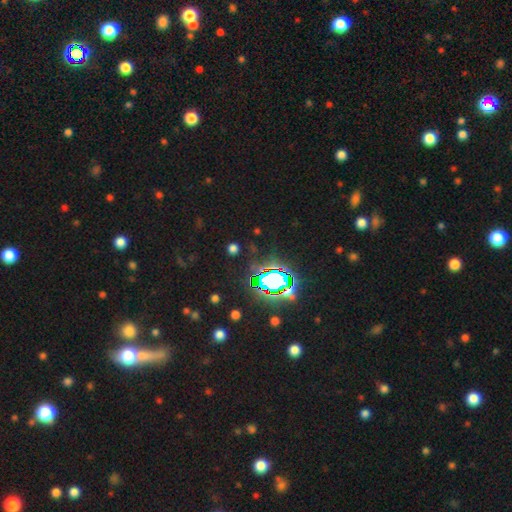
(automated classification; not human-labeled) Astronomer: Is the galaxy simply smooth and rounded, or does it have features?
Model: star or artifact — 77%.